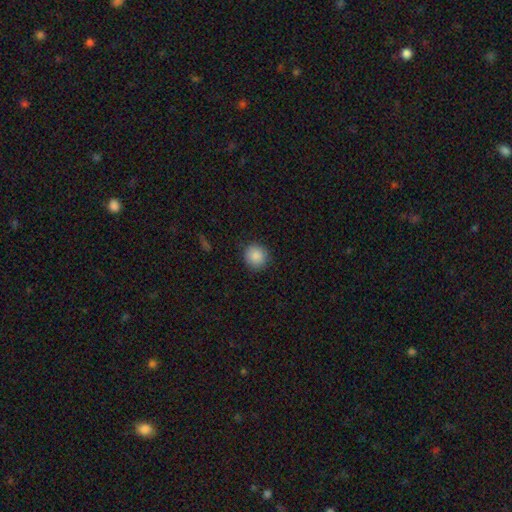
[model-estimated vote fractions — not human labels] Q: Smooth or featured?
A: smooth (88%); runner-up: star or artifact (9%)
Q: How rounded?
A: round (92%); runner-up: in between (8%)
Q: Merging?
A: none (89%); runner-up: minor disturbance (7%)